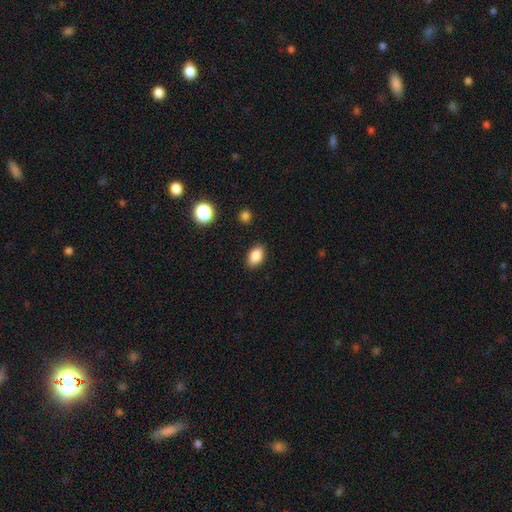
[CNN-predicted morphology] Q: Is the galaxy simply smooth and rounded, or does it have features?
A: smooth — 86%.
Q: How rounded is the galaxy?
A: in between — 89%.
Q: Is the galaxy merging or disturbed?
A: none — 88%.